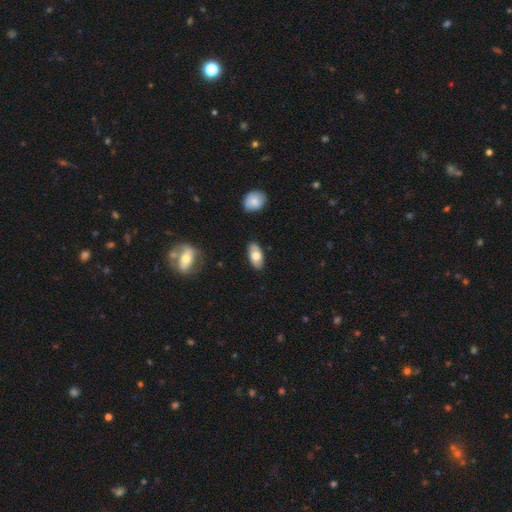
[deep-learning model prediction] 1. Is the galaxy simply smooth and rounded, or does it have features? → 72% smooth, 22% featured or disk, 6% star or artifact.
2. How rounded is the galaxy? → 93% in between, 4% cigar-shaped, 3% round.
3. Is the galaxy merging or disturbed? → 84% none, 12% minor disturbance, 2% major disturbance, 2% merger.